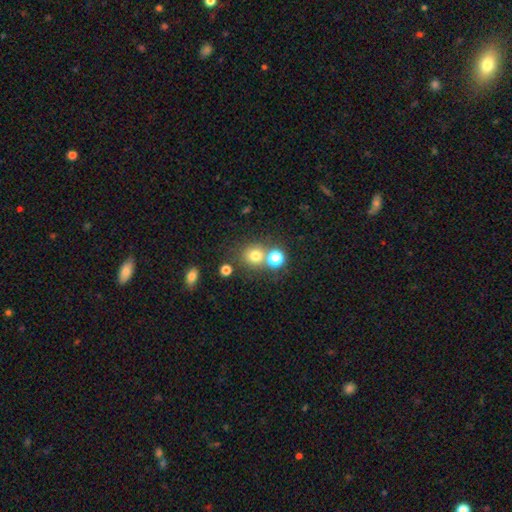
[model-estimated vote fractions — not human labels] A smooth galaxy with no disk features (73%) that is round (86%). Merging: none (65%).